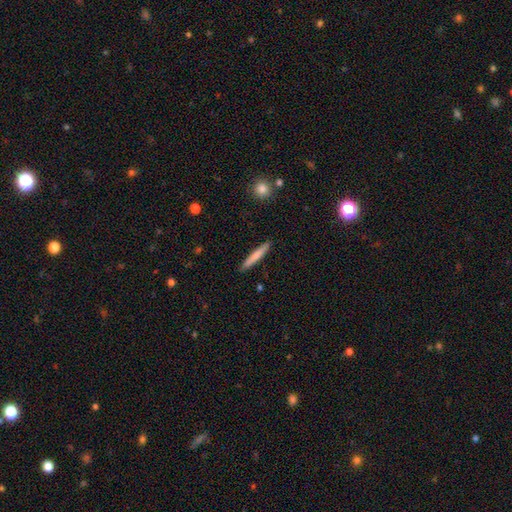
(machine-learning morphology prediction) This is likely a smooth galaxy (72%). How rounded: clearly cigar-shaped (95%). Merging: clearly none (90%).